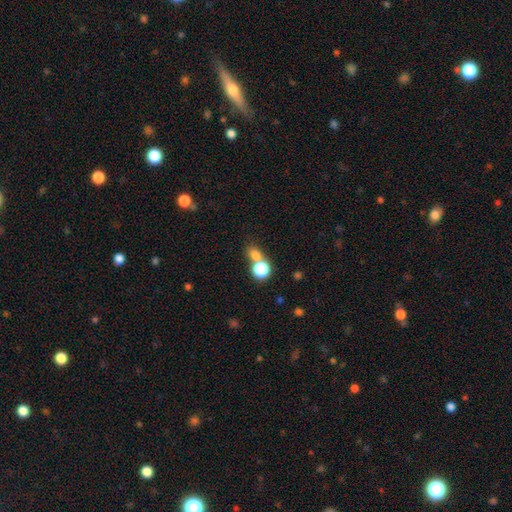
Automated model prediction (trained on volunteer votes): The model was most divided on "merging": none: 48%, merger: 40%, minor disturbance: 8%, major disturbance: 4%. More confident: smooth or featured — smooth (73%); how rounded — round (62%).